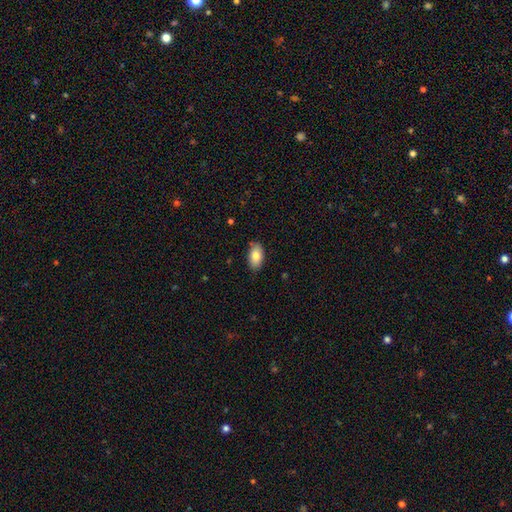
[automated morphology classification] This appears to be a smooth galaxy with no disk features (83%) that is in between round and cigar-shaped (93%). Merging: none (82%).